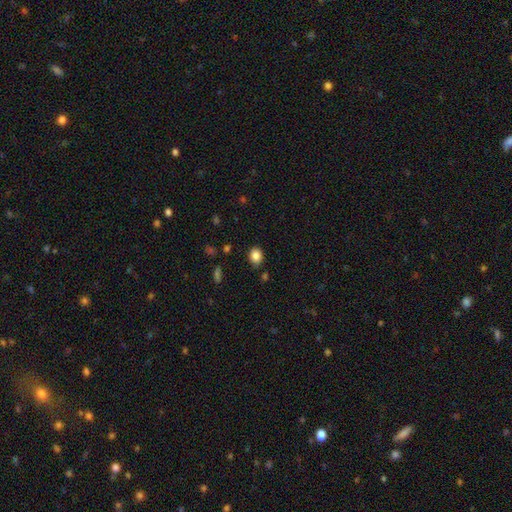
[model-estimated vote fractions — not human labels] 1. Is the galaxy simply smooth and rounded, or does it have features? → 85% smooth, 10% star or artifact, 5% featured or disk.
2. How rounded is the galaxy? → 51% round, 48% in between, 1% cigar-shaped.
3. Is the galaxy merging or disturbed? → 83% none, 12% minor disturbance, 3% major disturbance, 2% merger.